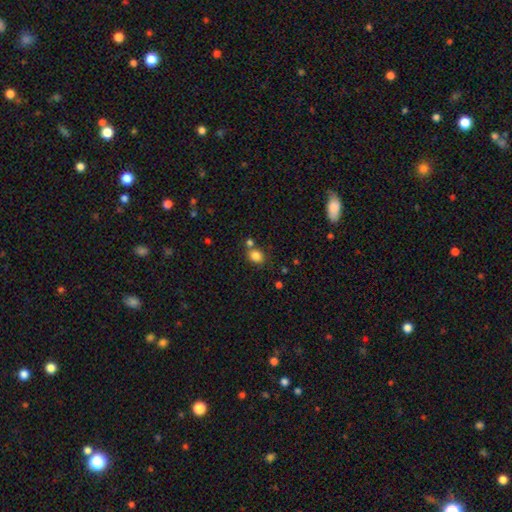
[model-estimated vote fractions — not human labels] smooth_or_featured: smooth (p=0.83) [alt: star or artifact p=0.11]
how_rounded: round (p=0.54) [alt: in between p=0.45]
merging: none (p=0.65) [alt: merger p=0.18]